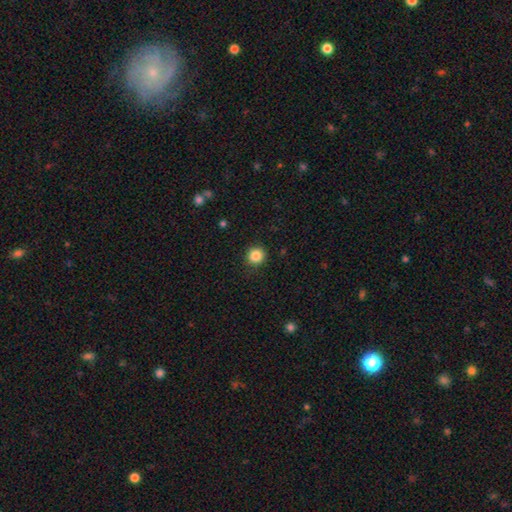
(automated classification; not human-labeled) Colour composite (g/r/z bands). It shows a smooth galaxy with no disk features (86%) that is round (93%). Merging: none (90%).